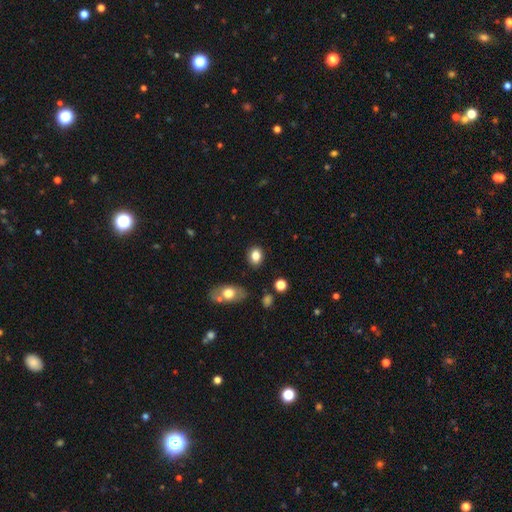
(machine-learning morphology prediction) This appears to be a smooth galaxy with no disk features (82%) that is in between round and cigar-shaped (59%). Merging: none (86%).